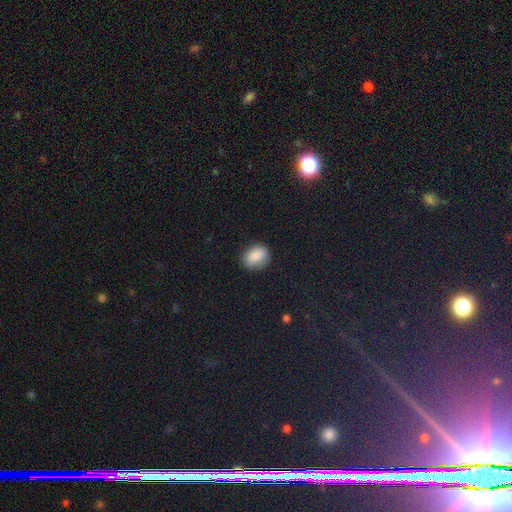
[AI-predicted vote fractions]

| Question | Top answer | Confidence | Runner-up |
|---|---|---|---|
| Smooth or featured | smooth | 86% | star or artifact (8%) |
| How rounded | in between | 59% | round (40%) |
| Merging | none | 82% | minor disturbance (14%) |